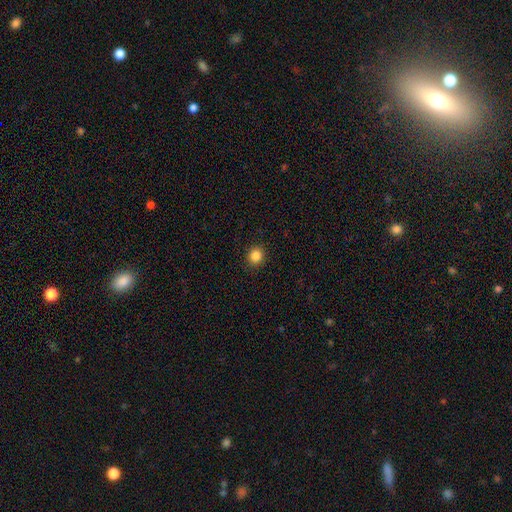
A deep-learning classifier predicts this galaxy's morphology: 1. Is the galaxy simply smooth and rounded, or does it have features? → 85% smooth, 11% star or artifact, 4% featured or disk.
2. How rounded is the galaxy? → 82% round, 17% in between, 1% cigar-shaped.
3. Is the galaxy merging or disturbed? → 92% none, 6% minor disturbance, 2% major disturbance, 1% merger.